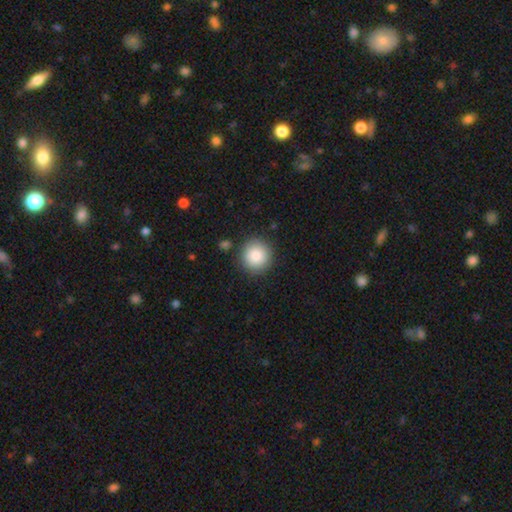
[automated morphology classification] smooth 87%, star or artifact 8%, featured or disk 5%. Down the decision tree: how rounded — round (94%); merging — none (88%).